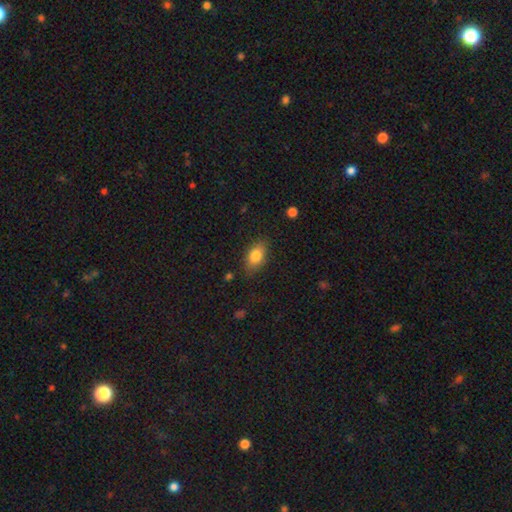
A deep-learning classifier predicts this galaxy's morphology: Smooth or featured: smooth — 81% (featured or disk — 11%)
How rounded: in between — 87% (round — 9%)
Merging: none — 81% (minor disturbance — 15%)